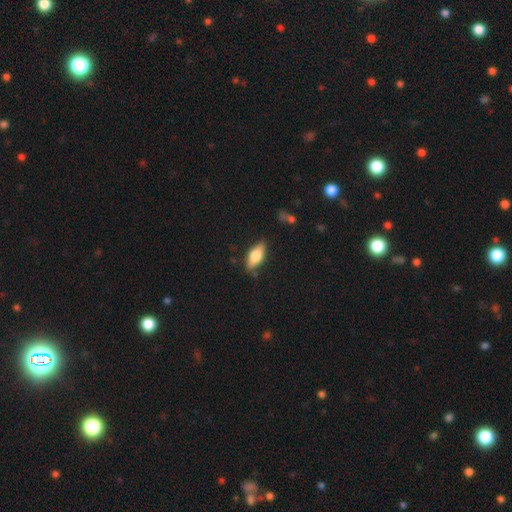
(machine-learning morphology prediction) smooth 62%, featured or disk 32%, star or artifact 7%. Down the decision tree: how rounded — in between (79%); merging — none (78%).